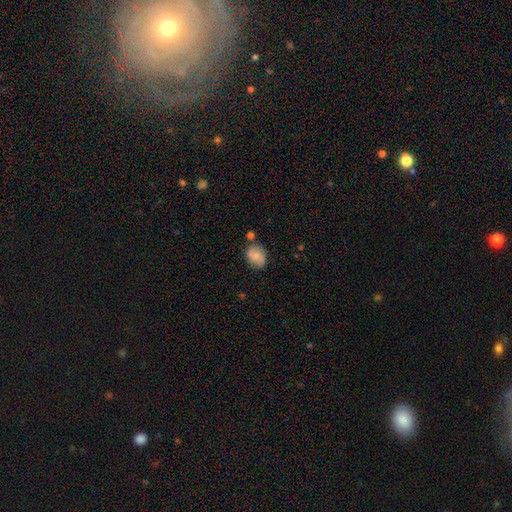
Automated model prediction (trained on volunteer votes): A smooth galaxy with no disk features (78%) that is in between round and cigar-shaped (56%).

Vote fractions:
- Smooth or featured? smooth: 78% / featured or disk: 14% / star or artifact: 8%
- How rounded? in between: 56% / round: 43% / cigar-shaped: 1%
- Merging? none: 73% / minor disturbance: 17% / merger: 6% / major disturbance: 4%